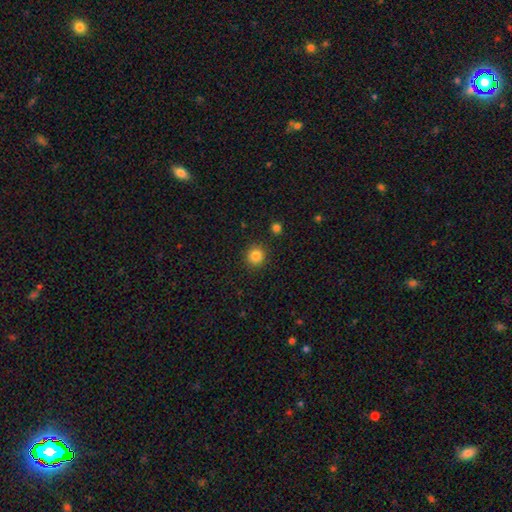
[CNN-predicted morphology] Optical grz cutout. It shows a smooth galaxy with no disk features (84%) that is round (91%). Merging: none (90%).